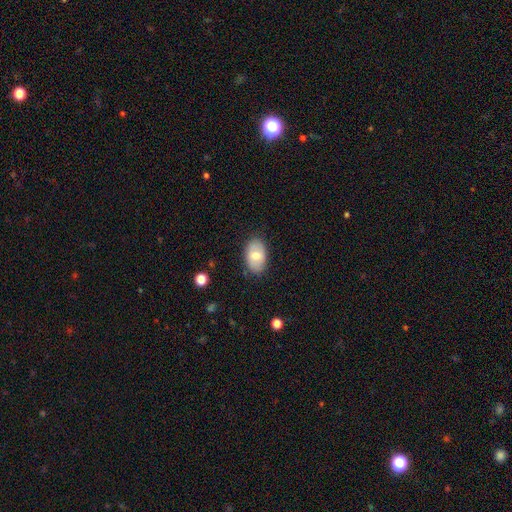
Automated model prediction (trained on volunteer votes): Q: Smooth or featured?
A: smooth (71%); runner-up: featured or disk (22%)
Q: How rounded?
A: in between (91%); runner-up: round (8%)
Q: Merging?
A: none (83%); runner-up: minor disturbance (13%)